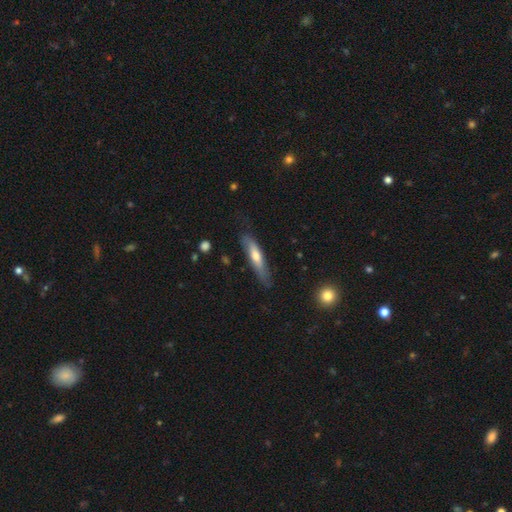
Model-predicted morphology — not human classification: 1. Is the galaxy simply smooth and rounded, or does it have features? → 53% smooth, 41% featured or disk, 6% star or artifact.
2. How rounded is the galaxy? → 82% cigar-shaped, 17% in between, 2% round.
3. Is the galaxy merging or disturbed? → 73% none, 20% minor disturbance, 5% major disturbance, 2% merger.